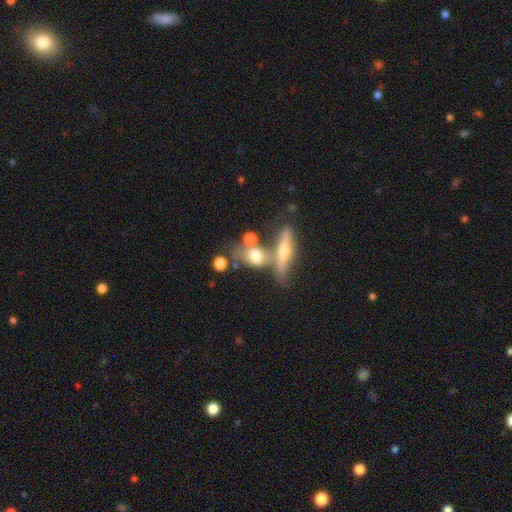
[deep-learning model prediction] Morphology: type=smooth (59%); roundness=in between (54%); merging=none (43%).